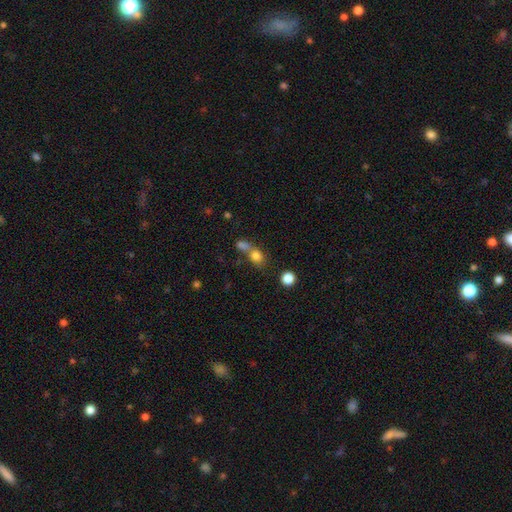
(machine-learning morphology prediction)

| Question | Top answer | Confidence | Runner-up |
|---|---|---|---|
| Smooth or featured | smooth | 78% | star or artifact (12%) |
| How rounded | round | 54% | in between (44%) |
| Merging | merger | 47% | none (38%) |